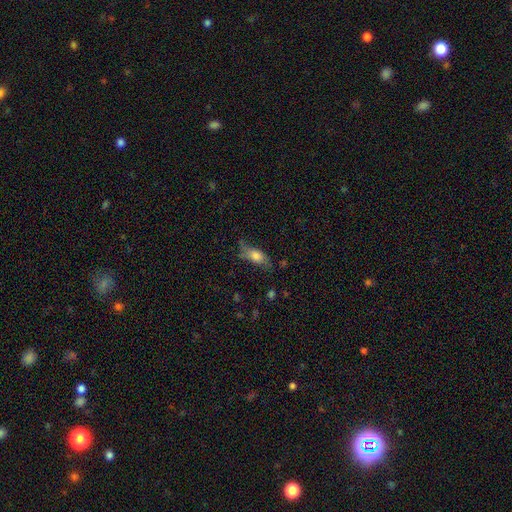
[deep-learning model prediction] Q: Smooth or featured?
A: smooth (68%); runner-up: featured or disk (23%)
Q: How rounded?
A: in between (76%); runner-up: cigar-shaped (19%)
Q: Merging?
A: none (57%); runner-up: minor disturbance (29%)